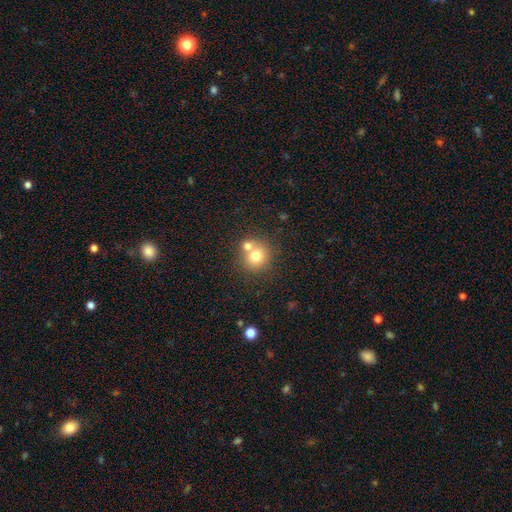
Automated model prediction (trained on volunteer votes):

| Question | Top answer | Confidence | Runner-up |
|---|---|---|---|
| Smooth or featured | smooth | 72% | featured or disk (15%) |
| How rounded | round | 86% | in between (13%) |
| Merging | none | 51% | merger (38%) |